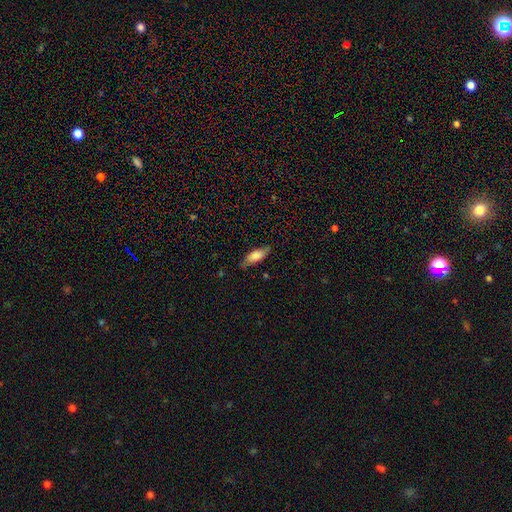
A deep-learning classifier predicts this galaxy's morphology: Smooth or featured? Predicted: smooth (p=0.74). How rounded? Predicted: in between (p=0.62). Merging? Predicted: none (p=0.76).